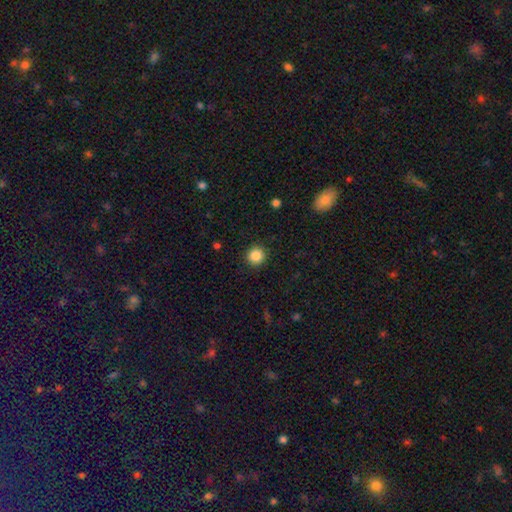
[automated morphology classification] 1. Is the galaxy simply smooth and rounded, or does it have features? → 86% smooth, 10% star or artifact, 4% featured or disk.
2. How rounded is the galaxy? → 94% round, 5% in between, 1% cigar-shaped.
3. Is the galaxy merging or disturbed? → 92% none, 6% minor disturbance, 2% major disturbance, 1% merger.